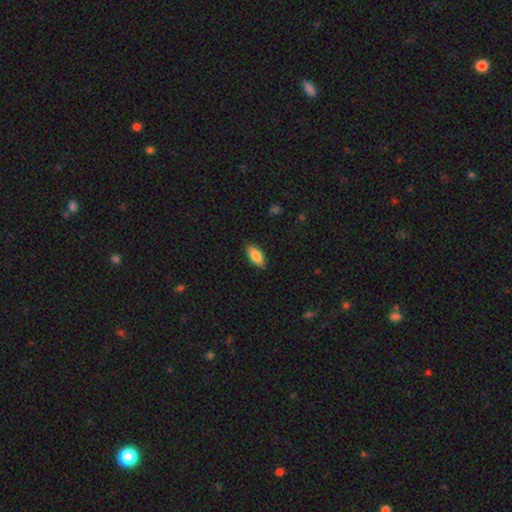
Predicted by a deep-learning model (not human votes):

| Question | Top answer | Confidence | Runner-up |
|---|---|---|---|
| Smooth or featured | smooth | 81% | featured or disk (13%) |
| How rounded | in between | 87% | cigar-shaped (11%) |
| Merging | none | 85% | minor disturbance (12%) |